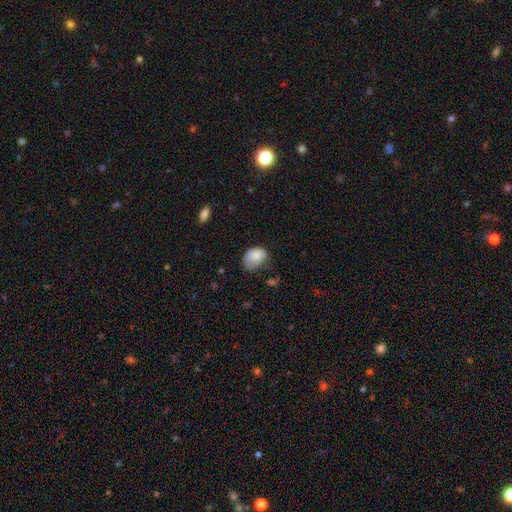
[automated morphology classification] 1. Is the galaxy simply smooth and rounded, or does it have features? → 80% smooth, 12% featured or disk, 8% star or artifact.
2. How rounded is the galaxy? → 77% in between, 22% round, 1% cigar-shaped.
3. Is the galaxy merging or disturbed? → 40% minor disturbance, 34% none, 24% major disturbance, 3% merger.